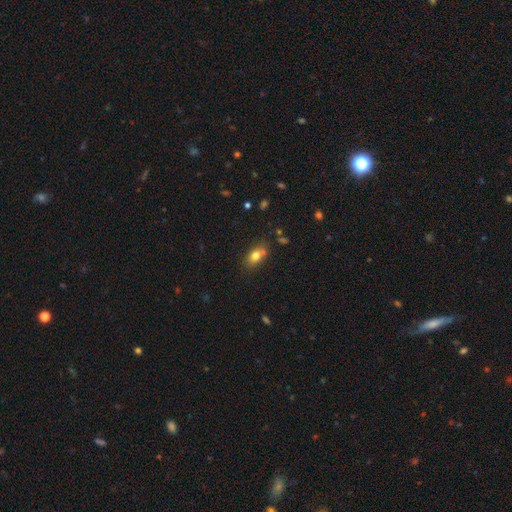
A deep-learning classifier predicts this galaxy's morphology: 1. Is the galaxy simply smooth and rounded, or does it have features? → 77% smooth, 13% featured or disk, 11% star or artifact.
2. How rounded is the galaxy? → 77% in between, 20% round, 3% cigar-shaped.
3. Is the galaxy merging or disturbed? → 61% none, 18% minor disturbance, 17% merger, 5% major disturbance.